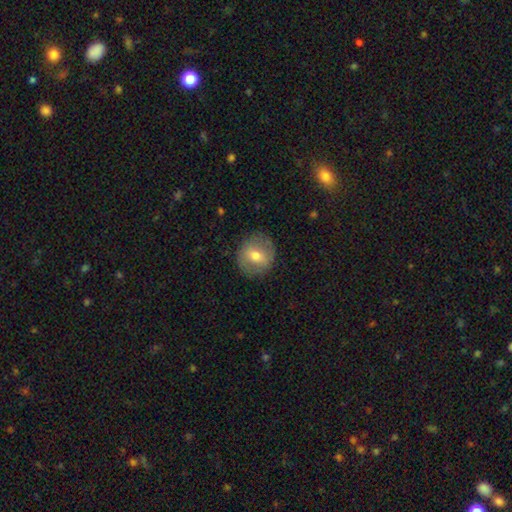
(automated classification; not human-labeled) Smooth or featured? Predicted: smooth (p=0.55). How rounded? Predicted: round (p=0.82). Merging? Predicted: none (p=0.84).